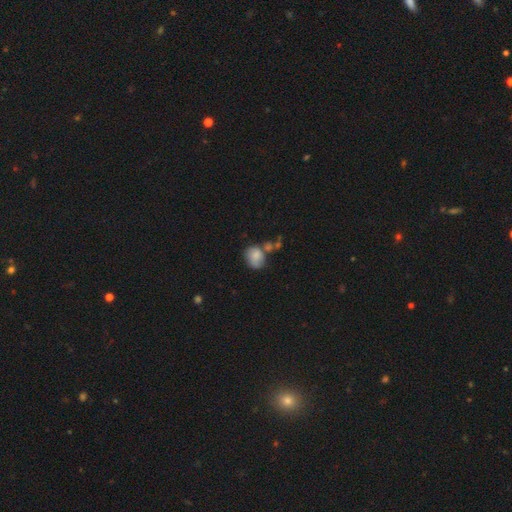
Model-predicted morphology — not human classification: smooth-or-featured: smooth: 78% | featured or disk: 14% | star or artifact: 8%
  how-rounded: in between: 50% | round: 49% | cigar-shaped: 1%
  merging: none: 38% | merger: 26% | minor disturbance: 24% | major disturbance: 12%